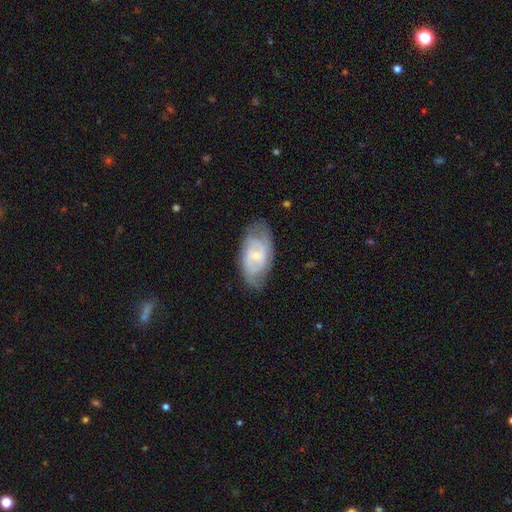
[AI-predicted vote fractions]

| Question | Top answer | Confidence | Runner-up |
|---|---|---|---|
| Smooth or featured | featured or disk | 71% | smooth (23%) |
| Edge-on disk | no | 95% | yes (5%) |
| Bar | weak | 51% | no (37%) |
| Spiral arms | yes | 88% | no (12%) |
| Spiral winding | medium | 45% | tight (39%) |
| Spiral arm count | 2 | 62% | can't tell (24%) |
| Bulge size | small | 68% | moderate (26%) |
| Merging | none | 74% | minor disturbance (19%) |